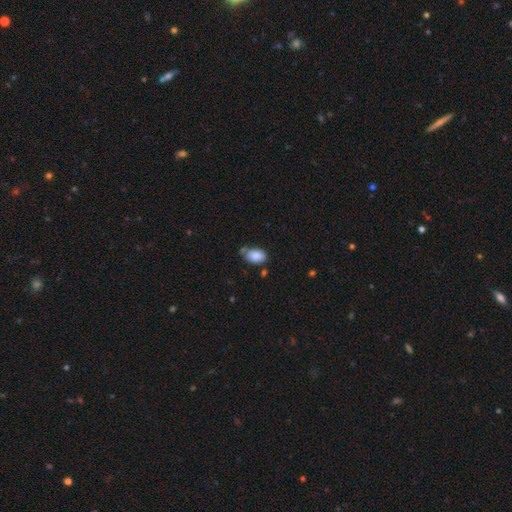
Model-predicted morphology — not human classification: type=smooth (87%); roundness=in between (90%); merging=none (61%).